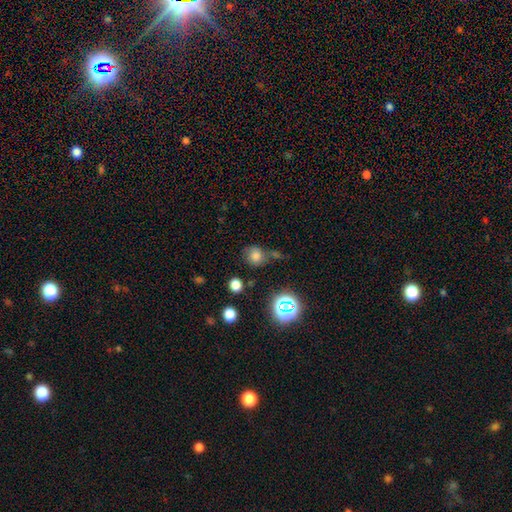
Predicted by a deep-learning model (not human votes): smooth-or-featured: smooth: 71% | star or artifact: 19% | featured or disk: 10%
  how-rounded: round: 78% | in between: 21% | cigar-shaped: 1%
  merging: none: 59% | minor disturbance: 19% | merger: 14% | major disturbance: 8%